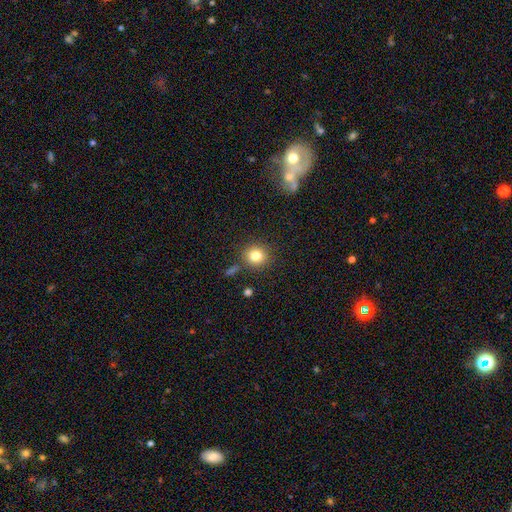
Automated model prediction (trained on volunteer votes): Smooth or featured? smooth (81%)
How rounded? round (87%)
Merging? none (84%)